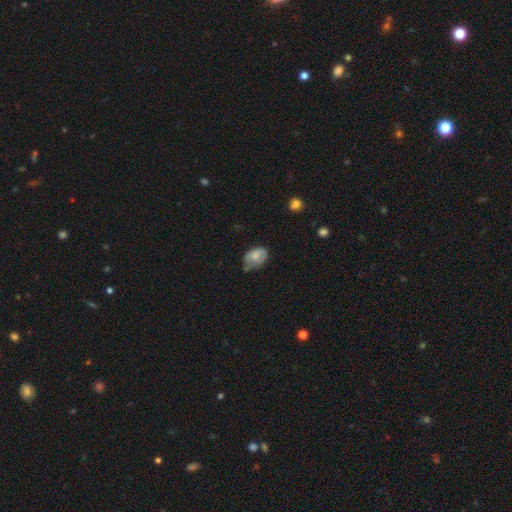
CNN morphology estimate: Smooth or featured? smooth (68%)
How rounded? in between (84%)
Merging? minor disturbance (41%, tied with none)